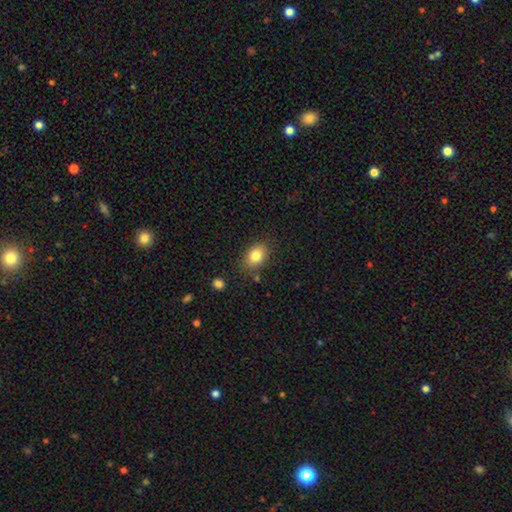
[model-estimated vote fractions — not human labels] Smooth or featured? Predicted: smooth (p=0.82). How rounded? Predicted: in between (p=0.69). Merging? Predicted: none (p=0.80).